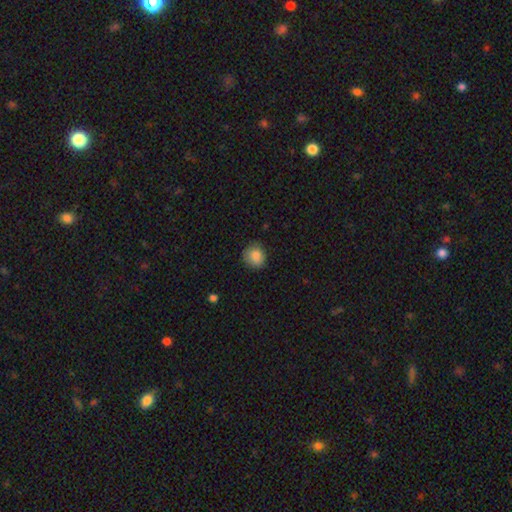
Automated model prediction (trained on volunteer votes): This appears to be a smooth galaxy with no disk features (86%) that is round (86%). Merging: none (80%).